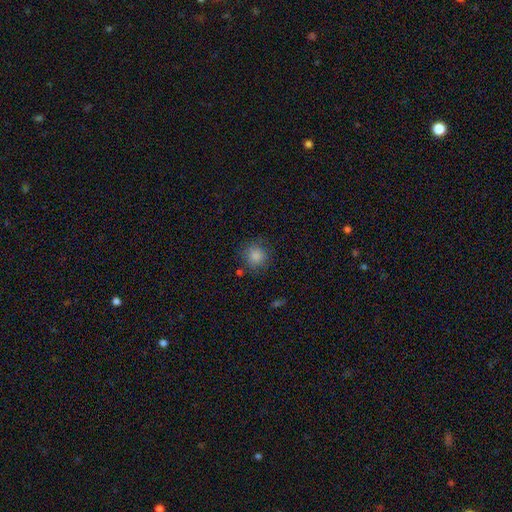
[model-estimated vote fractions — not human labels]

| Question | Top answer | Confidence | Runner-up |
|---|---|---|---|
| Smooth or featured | smooth | 86% | star or artifact (10%) |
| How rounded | round | 91% | in between (8%) |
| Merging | none | 80% | minor disturbance (13%) |